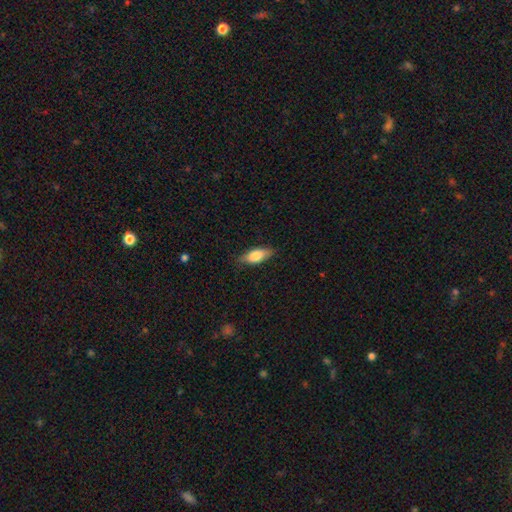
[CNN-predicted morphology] Smooth or featured: smooth — 77% (featured or disk — 16%)
How rounded: in between — 76% (cigar-shaped — 21%)
Merging: none — 80% (minor disturbance — 16%)